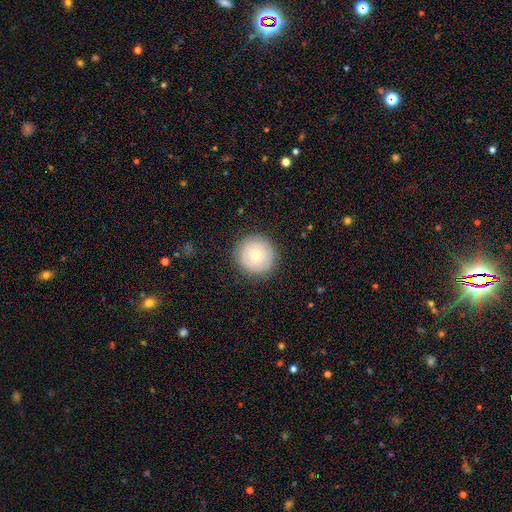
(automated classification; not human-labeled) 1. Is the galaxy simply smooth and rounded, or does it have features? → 61% smooth, 30% featured or disk, 9% star or artifact.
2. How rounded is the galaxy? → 96% round, 3% in between, 1% cigar-shaped.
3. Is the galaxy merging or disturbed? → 87% none, 9% minor disturbance, 3% major disturbance, 1% merger.